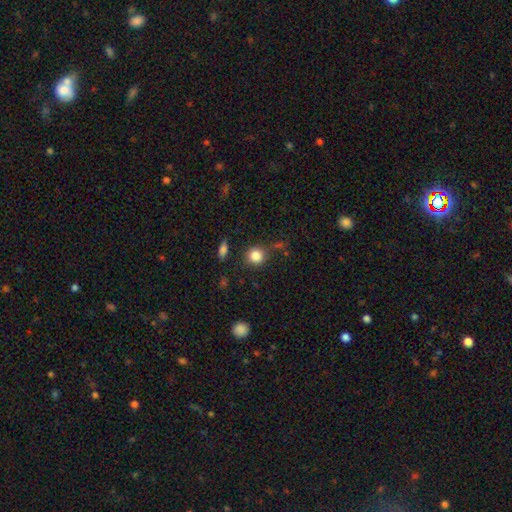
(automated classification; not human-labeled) Smooth or featured: smooth — 85% (star or artifact — 10%)
How rounded: round — 89% (in between — 10%)
Merging: none — 77% (minor disturbance — 13%)